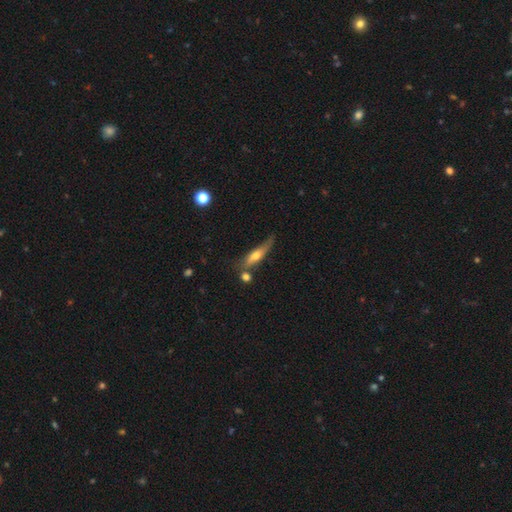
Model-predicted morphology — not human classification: Q: Smooth or featured?
A: smooth (47%); runner-up: featured or disk (46%)
Q: Merging?
A: none (55%); runner-up: minor disturbance (25%)